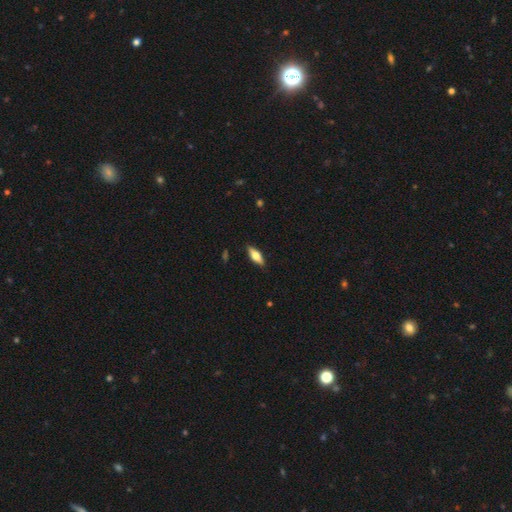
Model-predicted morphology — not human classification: smooth-or-featured: smooth: 51% | featured or disk: 43% | star or artifact: 6%
  how-rounded: in between: 61% | cigar-shaped: 36% | round: 3%
  merging: none: 88% | minor disturbance: 9% | major disturbance: 2% | merger: 1%